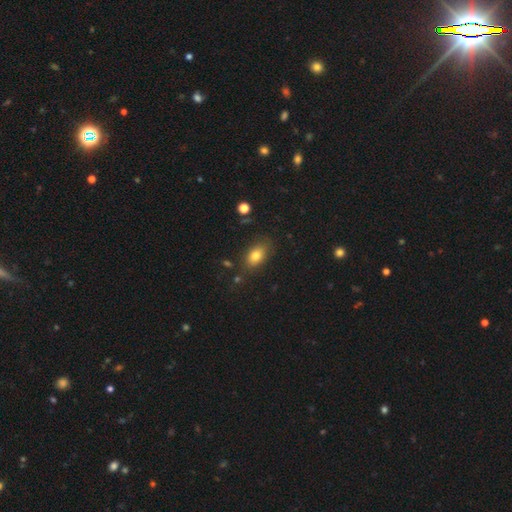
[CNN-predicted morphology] Smooth or featured?
  - smooth: 80% *
  - featured or disk: 11%
  - star or artifact: 10%
How rounded?
  - in between: 86% *
  - round: 11%
  - cigar-shaped: 3%
Merging?
  - none: 78% *
  - minor disturbance: 15%
  - major disturbance: 5%
  - merger: 3%